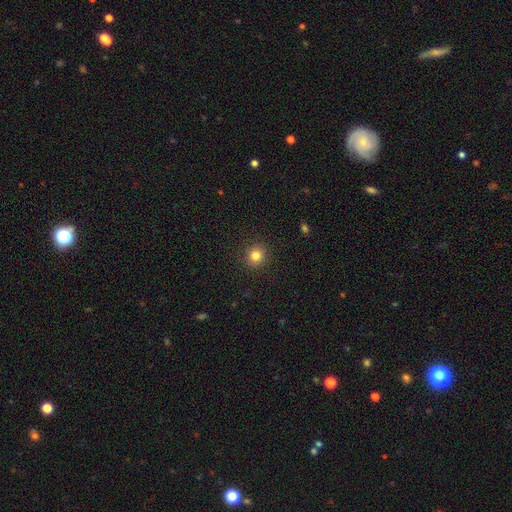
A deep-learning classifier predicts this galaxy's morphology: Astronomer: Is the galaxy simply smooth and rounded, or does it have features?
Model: smooth — 82%.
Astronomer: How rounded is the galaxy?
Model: round — 92%.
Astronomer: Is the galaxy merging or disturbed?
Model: none — 92%.